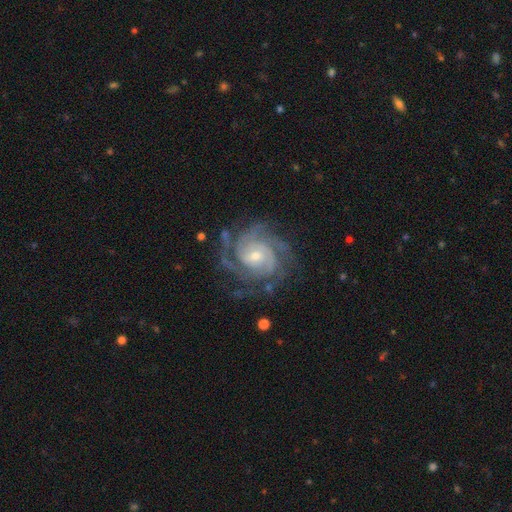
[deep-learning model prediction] A featured or disk galaxy (92%) with no bar (59%), 3 (32%) tight (68%) spiral arms (98%) and a small central bulge (57%).

Vote fractions:
- Smooth or featured? featured or disk: 92% / star or artifact: 5% / smooth: 4%
- Edge-on disk? no: 98% / yes: 2%
- Bar? no: 59% / weak: 32% / strong: 9%
- Spiral arms? yes: 98% / no: 2%
- Spiral winding? tight: 68% / medium: 28% / loose: 4%
- Spiral arm count? 3: 32% / 4: 22% / 2: 17% / can't tell: 16% / more than 4: 7% / 1: 6%
- Bulge size? small: 57% / moderate: 39% / large: 2% / none: 1% / dominant: 1%
- Merging? none: 74% / minor disturbance: 16% / major disturbance: 8% / merger: 2%